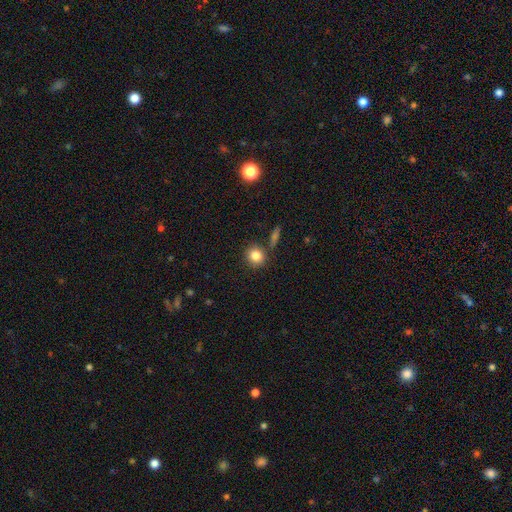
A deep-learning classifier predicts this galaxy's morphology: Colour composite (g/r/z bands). It shows a smooth galaxy with no disk features (83%) that is round (80%). Merging: none (79%).